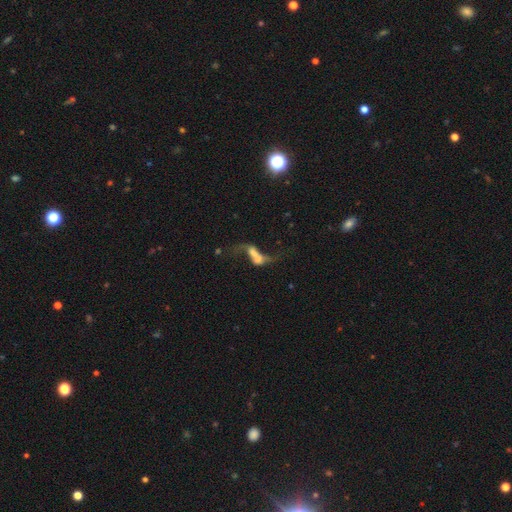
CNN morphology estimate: A featured or disk galaxy (60%) with no bar (62%), spiral arms (61%) and no central bulge (33%).

Vote fractions:
- Smooth or featured? featured or disk: 60% / smooth: 27% / star or artifact: 13%
- Edge-on disk? no: 92% / yes: 8%
- Bar? no: 62% / weak: 26% / strong: 13%
- Spiral arms? yes: 61% / no: 39%
- Bulge size? none: 33% / moderate: 24% / small: 21% / large: 16% / dominant: 6%
- Merging? merger: 61% / none: 18% / major disturbance: 15% / minor disturbance: 7%